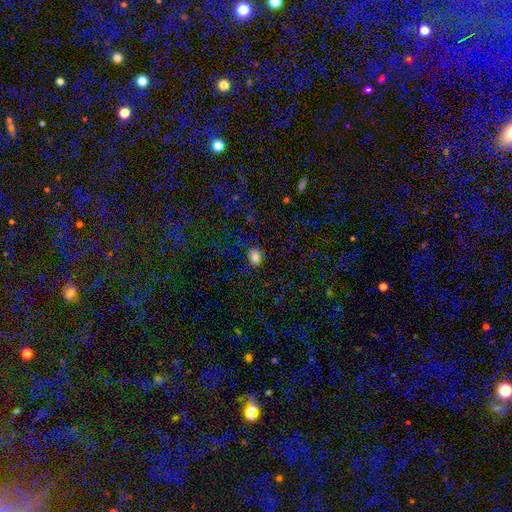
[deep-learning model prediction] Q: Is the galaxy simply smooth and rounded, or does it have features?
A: smooth — 85%.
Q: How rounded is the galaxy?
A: round — 51%.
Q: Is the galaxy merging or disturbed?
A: none — 84%.